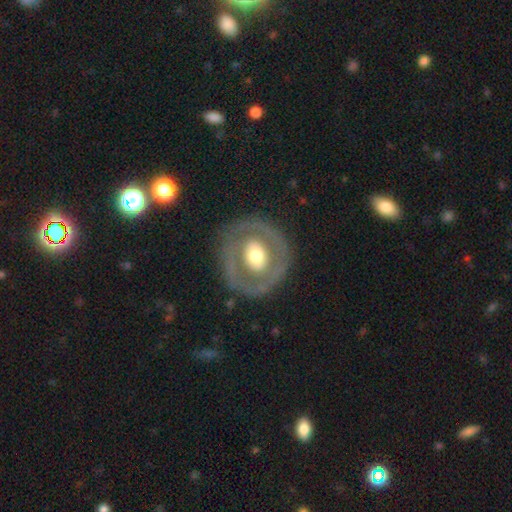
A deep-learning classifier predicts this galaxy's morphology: smooth-or-featured: featured or disk: 61% | smooth: 34% | star or artifact: 6%
  disk-edge-on: no: 95% | yes: 5%
    bar: no: 70% | weak: 19% | strong: 11%
    has-spiral-arms: no: 77% | yes: 23%
    bulge-size: moderate: 59% | large: 29% | small: 8% | dominant: 3% | none: 1%
  merging: none: 78% | minor disturbance: 12% | major disturbance: 8% | merger: 1%